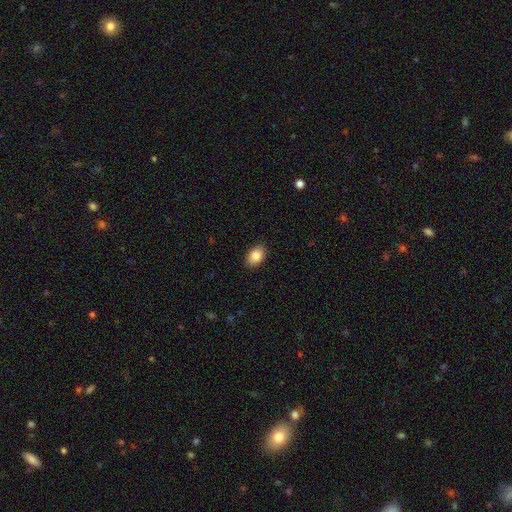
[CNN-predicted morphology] smooth-or-featured: smooth: 86% | star or artifact: 8% | featured or disk: 7%
  how-rounded: in between: 82% | round: 17% | cigar-shaped: 1%
  merging: none: 89% | minor disturbance: 8% | major disturbance: 2% | merger: 1%